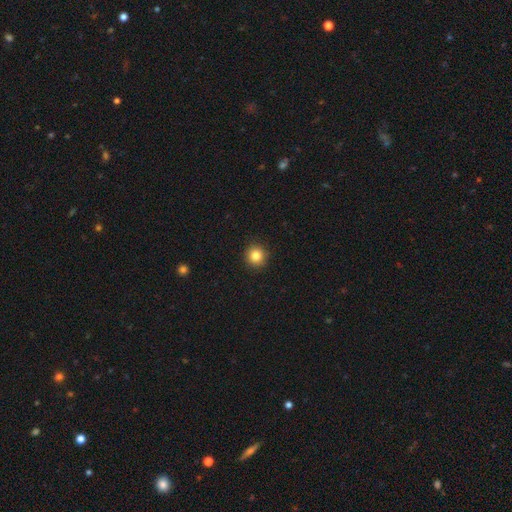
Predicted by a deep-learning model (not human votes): smooth_or_featured: smooth (p=0.84) [alt: star or artifact p=0.11]
how_rounded: round (p=0.94) [alt: in between p=0.05]
merging: none (p=0.93) [alt: minor disturbance p=0.05]